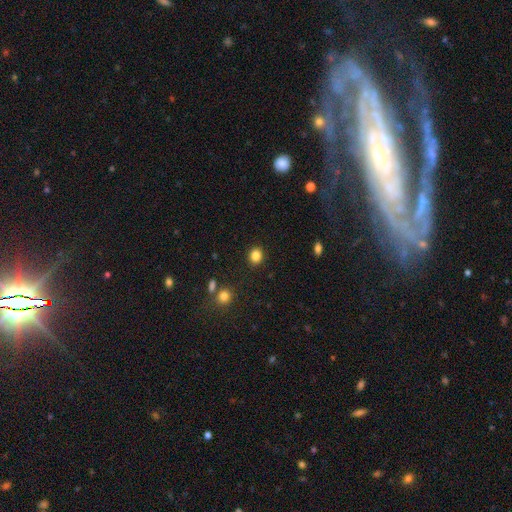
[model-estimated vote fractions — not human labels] Smooth or featured?
  - smooth: 85% *
  - star or artifact: 11%
  - featured or disk: 5%
How rounded?
  - round: 72% *
  - in between: 27%
  - cigar-shaped: 1%
Merging?
  - none: 90% *
  - minor disturbance: 6%
  - major disturbance: 2%
  - merger: 2%